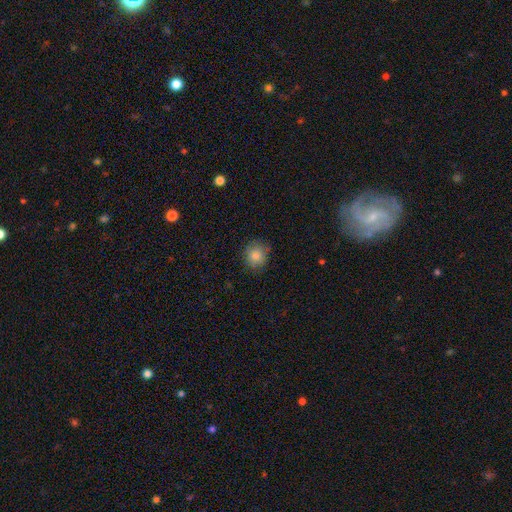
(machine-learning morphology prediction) smooth_or_featured: smooth (p=0.85) [alt: star or artifact p=0.09]
how_rounded: round (p=0.83) [alt: in between p=0.16]
merging: none (p=0.80) [alt: minor disturbance p=0.15]